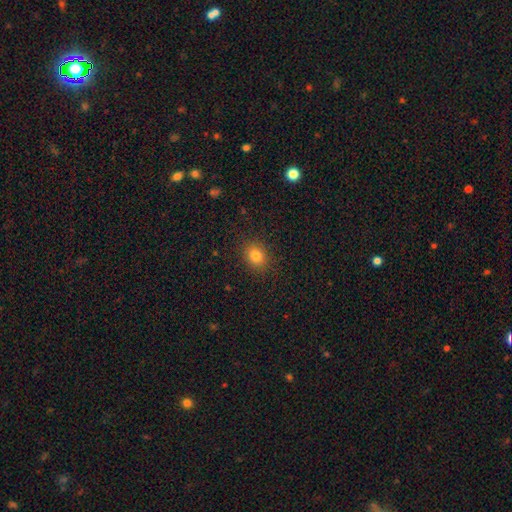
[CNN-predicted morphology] Smooth or featured: smooth — 82% (star or artifact — 12%)
How rounded: round — 61% (in between — 38%)
Merging: none — 89% (minor disturbance — 8%)